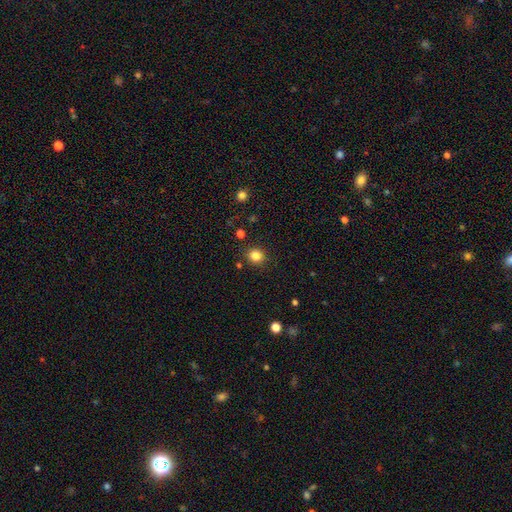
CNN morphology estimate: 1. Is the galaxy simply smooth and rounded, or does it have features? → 83% smooth, 12% star or artifact, 5% featured or disk.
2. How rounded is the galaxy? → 84% round, 16% in between, 1% cigar-shaped.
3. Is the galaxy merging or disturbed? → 88% none, 7% minor disturbance, 2% merger, 2% major disturbance.